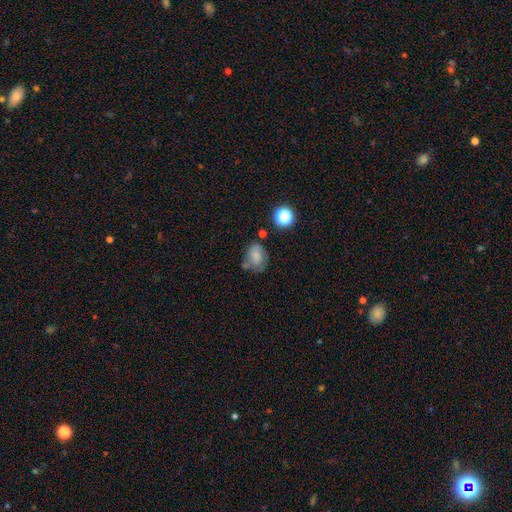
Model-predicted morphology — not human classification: A smooth galaxy with no disk features (67%) that is in between round and cigar-shaped (61%).

Vote fractions:
- Smooth or featured? smooth: 67% / featured or disk: 21% / star or artifact: 13%
- How rounded? in between: 61% / round: 38% / cigar-shaped: 1%
- Merging? none: 43% / minor disturbance: 29% / major disturbance: 15% / merger: 13%